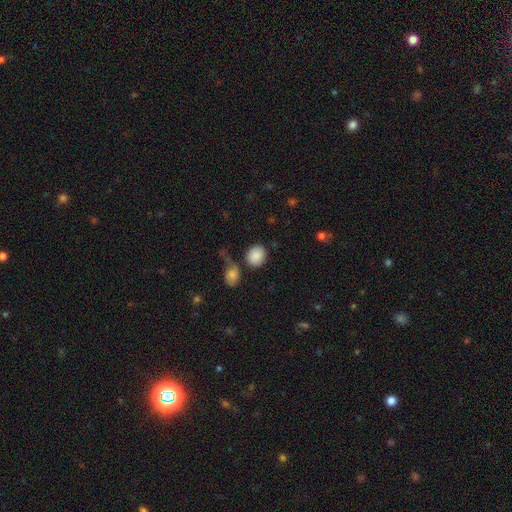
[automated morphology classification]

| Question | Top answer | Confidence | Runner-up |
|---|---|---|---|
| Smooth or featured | smooth | 87% | star or artifact (8%) |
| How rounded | round | 75% | in between (24%) |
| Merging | none | 74% | minor disturbance (11%) |